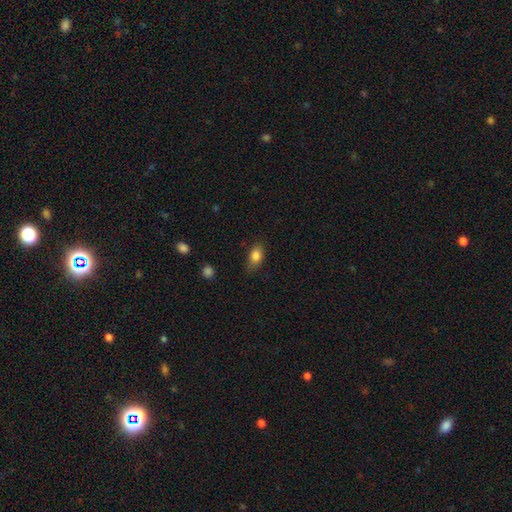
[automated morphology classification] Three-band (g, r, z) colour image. It shows a smooth galaxy with no disk features (83%) that is in between round and cigar-shaped (84%). Merging: none (77%).